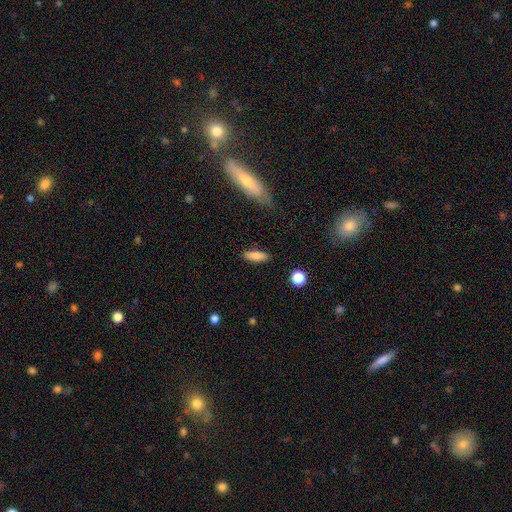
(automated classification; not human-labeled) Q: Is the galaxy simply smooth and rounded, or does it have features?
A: smooth — 83%.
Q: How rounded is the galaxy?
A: in between — 64%.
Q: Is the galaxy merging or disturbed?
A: none — 86%.